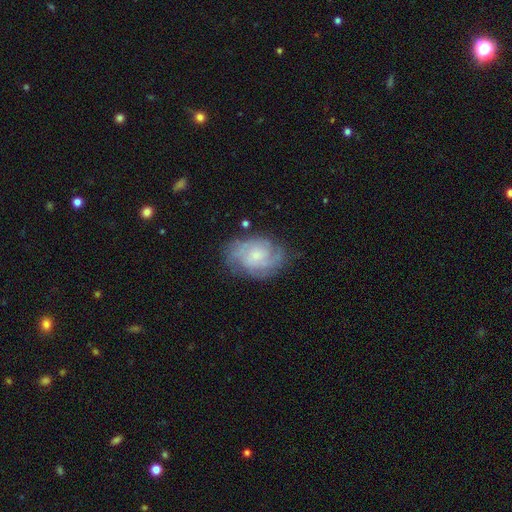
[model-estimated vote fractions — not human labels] Overall: featured or disk (77%). Edge-on disk: no (97%). Bar: no (67%; weak 30%). Spiral arms: yes (92%). Spiral arm count: can't tell (33%; 2 27%). Spiral winding: tight (52%; medium 37%). Bulge size: small (61%; moderate 28%). Merging: none (70%).